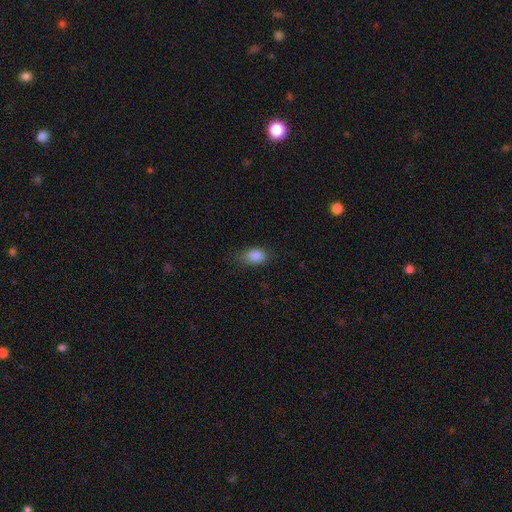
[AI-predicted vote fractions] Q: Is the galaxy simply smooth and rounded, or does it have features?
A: smooth — 86%.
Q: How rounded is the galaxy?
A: in between — 81%.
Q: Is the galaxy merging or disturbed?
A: none — 70%.